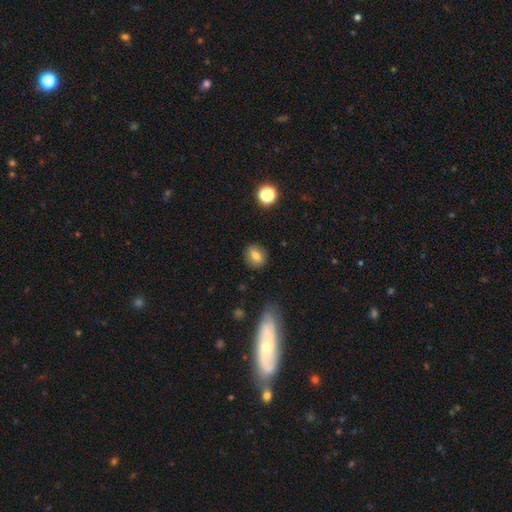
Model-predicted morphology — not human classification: Overall: smooth (73%). How rounded: round (64%; in between 34%). Merging: none (85%).